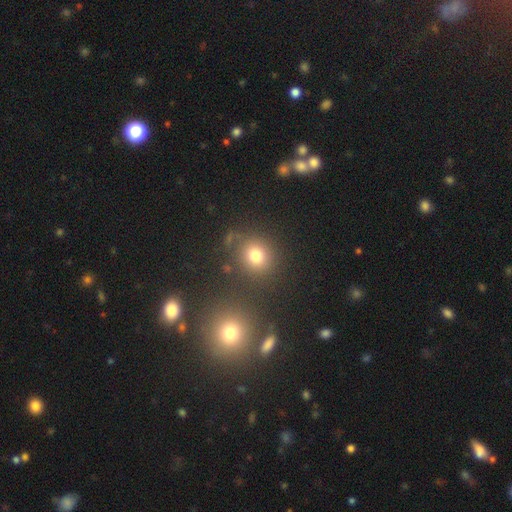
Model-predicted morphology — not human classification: Smooth or featured?
  - smooth: 75% *
  - star or artifact: 17%
  - featured or disk: 8%
How rounded?
  - round: 82% *
  - in between: 17%
  - cigar-shaped: 1%
Merging?
  - none: 76% *
  - minor disturbance: 11%
  - merger: 8%
  - major disturbance: 5%